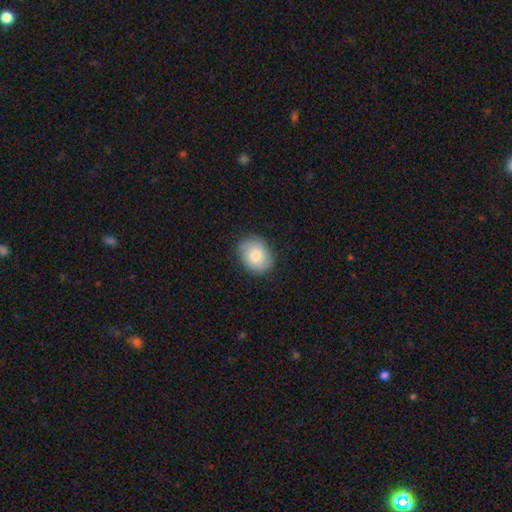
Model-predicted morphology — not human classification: This is clearly a smooth galaxy (83%). How rounded: likely in between (62%). Merging: clearly none (84%).